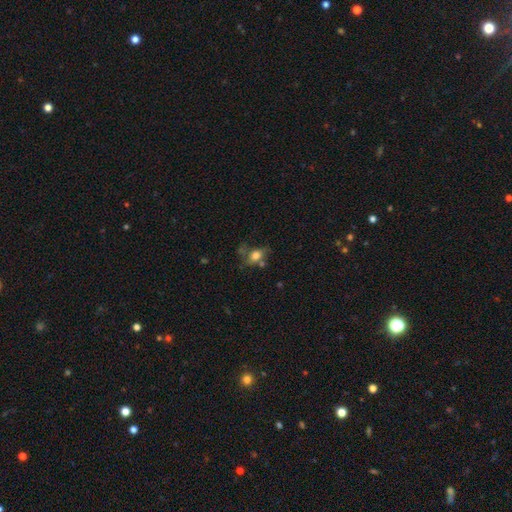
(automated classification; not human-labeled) A smooth galaxy with no disk features (61%) that is in between round and cigar-shaped (67%). Merging: none (43%).